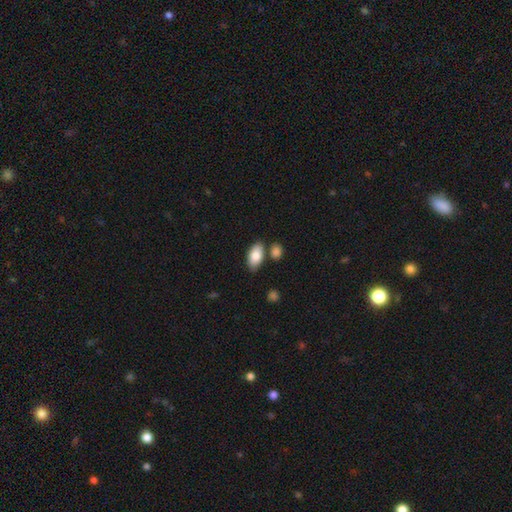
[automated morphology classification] A smooth galaxy with no disk features (81%) that is in between round and cigar-shaped (93%).

Vote fractions:
- Smooth or featured? smooth: 81% / featured or disk: 13% / star or artifact: 6%
- How rounded? in between: 93% / round: 3% / cigar-shaped: 3%
- Merging? none: 74% / minor disturbance: 12% / merger: 12% / major disturbance: 3%